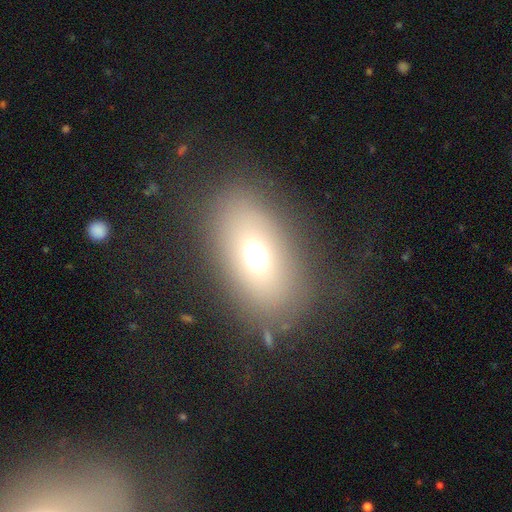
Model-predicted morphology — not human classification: smooth_or_featured: smooth (p=0.63) [alt: featured or disk p=0.19]
how_rounded: in between (p=0.78) [alt: round p=0.19]
merging: none (p=0.80) [alt: minor disturbance p=0.10]